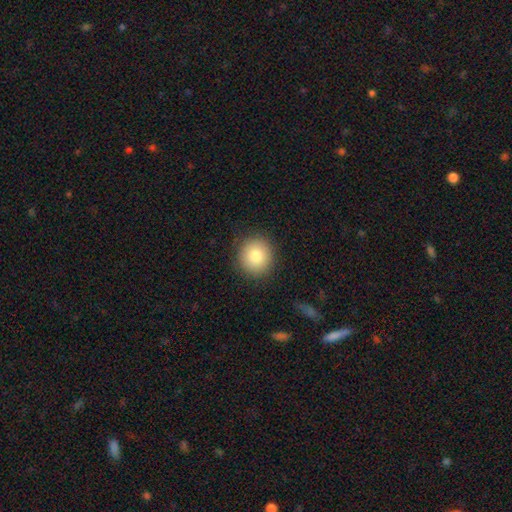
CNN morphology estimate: The model was most divided on "smooth or featured": smooth: 81%, featured or disk: 10%, star or artifact: 9%. More confident: how rounded — round (92%); merging — none (89%).